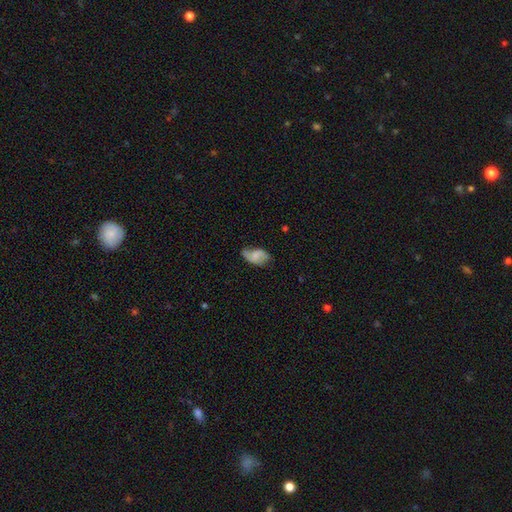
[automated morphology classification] Overall: featured or disk (62%; smooth 31%). Edge-on disk: no (97%). Bar: no (48%; weak 43%). Spiral arms: yes (91%). Spiral arm count: 2 (85%). Spiral winding: loose (48%; medium 39%). Bulge size: none (35%; small 34%). Merging: none (64%; minor disturbance 25%).